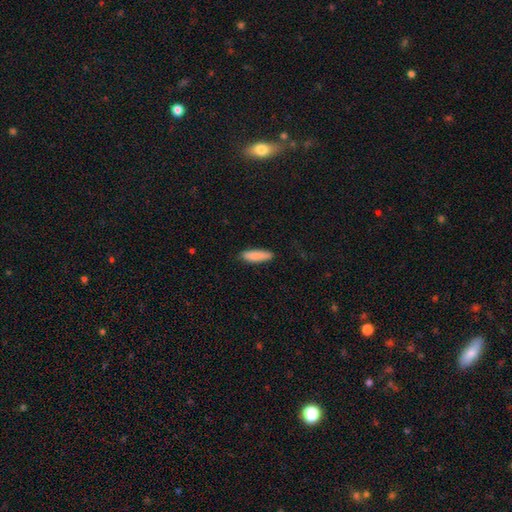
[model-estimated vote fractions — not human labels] The model was most divided on "how rounded": cigar-shaped: 65%, in between: 33%, round: 2%. More confident: merging — none (87%); smooth or featured — smooth (86%).